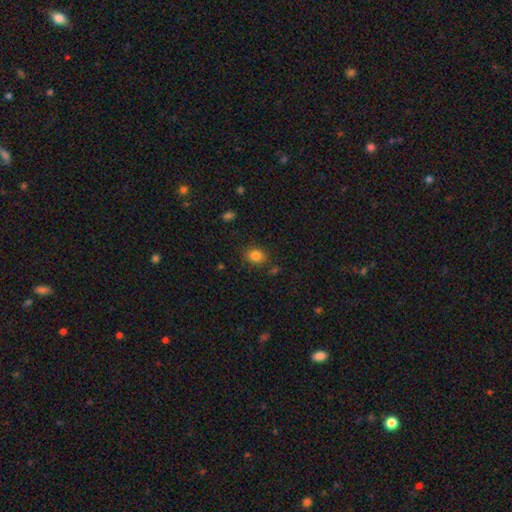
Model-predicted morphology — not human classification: smooth_or_featured: smooth (p=0.83) [alt: star or artifact p=0.11]
how_rounded: round (p=0.53) [alt: in between p=0.46]
merging: none (p=0.83) [alt: minor disturbance p=0.11]